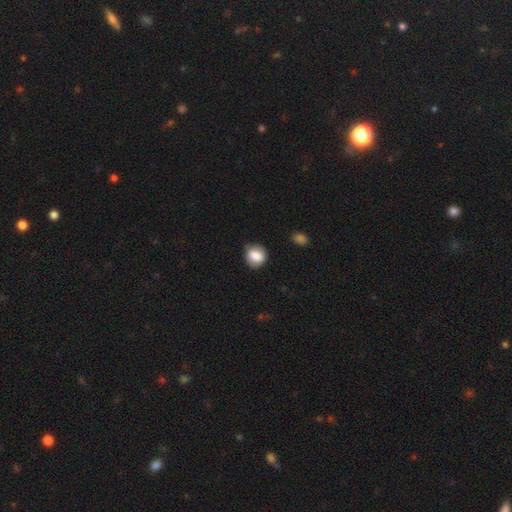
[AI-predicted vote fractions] smooth_or_featured: smooth (p=0.80) [alt: featured or disk p=0.12]
how_rounded: round (p=0.75) [alt: in between p=0.24]
merging: none (p=0.78) [alt: minor disturbance p=0.17]